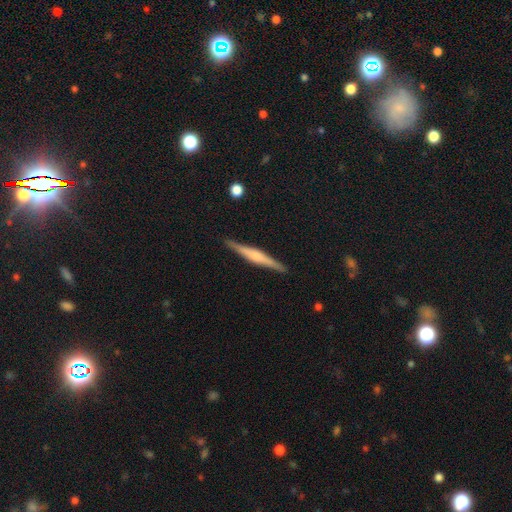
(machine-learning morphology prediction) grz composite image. It shows a featured or disk galaxy (70%) viewed edge-on (98%) with a rounded central bulge (66%). Merging: none (91%).